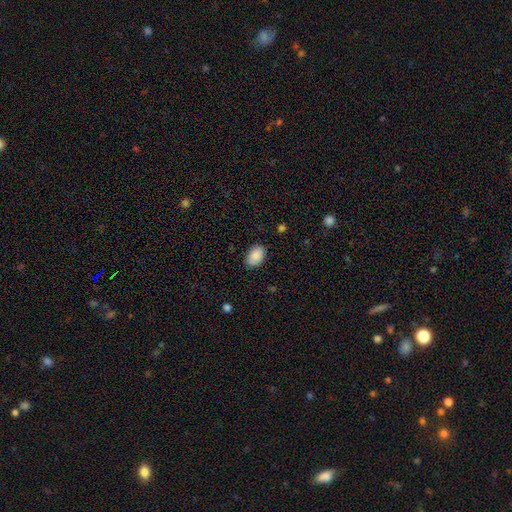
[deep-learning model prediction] Overall: smooth (89%). How rounded: in between (88%). Merging: none (85%).